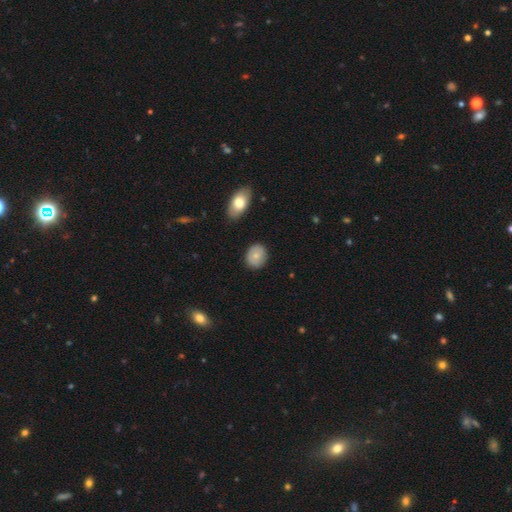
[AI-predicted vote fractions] smooth_or_featured: smooth (p=0.73) [alt: featured or disk p=0.20]
how_rounded: round (p=0.63) [alt: in between p=0.35]
merging: none (p=0.85) [alt: minor disturbance p=0.11]